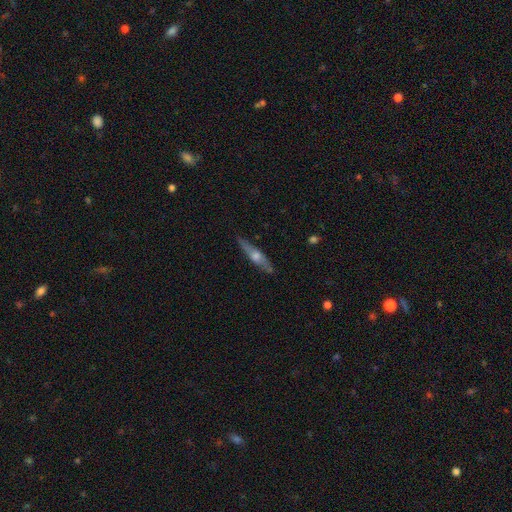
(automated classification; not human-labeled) This is likely a featured or disk galaxy (61%). It is clearly viewed edge-on (90%). Edge-on bulge: clearly rounded (89%). Merging: clearly none (83%).